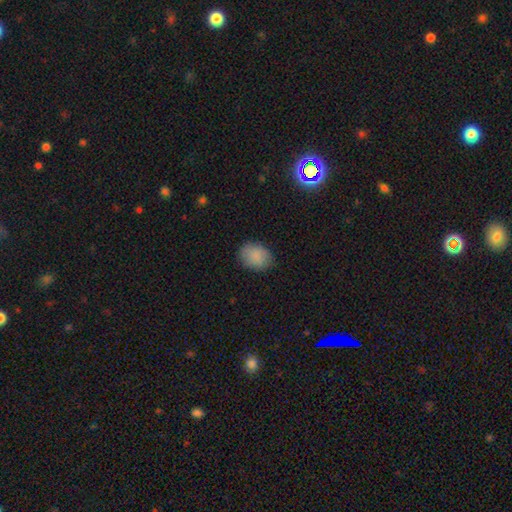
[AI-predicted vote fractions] smooth_or_featured: smooth (p=0.87) [alt: star or artifact p=0.08]
how_rounded: in between (p=0.53) [alt: round p=0.46]
merging: none (p=0.81) [alt: minor disturbance p=0.15]